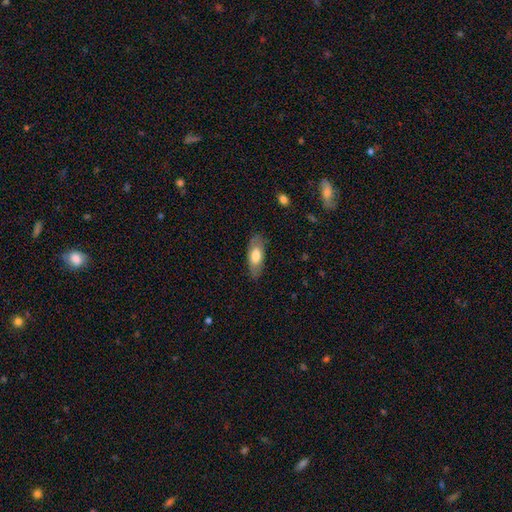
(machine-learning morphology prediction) smooth-or-featured: smooth: 68% | featured or disk: 26% | star or artifact: 6%
  how-rounded: in between: 82% | cigar-shaped: 15% | round: 3%
  merging: none: 80% | minor disturbance: 16% | major disturbance: 4% | merger: 1%